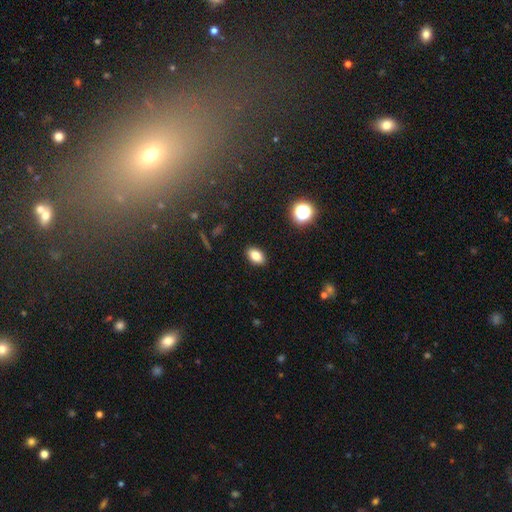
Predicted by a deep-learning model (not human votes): A smooth galaxy with no disk features (81%) that is in between round and cigar-shaped (87%).

Vote fractions:
- Smooth or featured? smooth: 81% / star or artifact: 11% / featured or disk: 8%
- How rounded? in between: 87% / round: 11% / cigar-shaped: 2%
- Merging? none: 89% / minor disturbance: 8% / major disturbance: 2% / merger: 1%